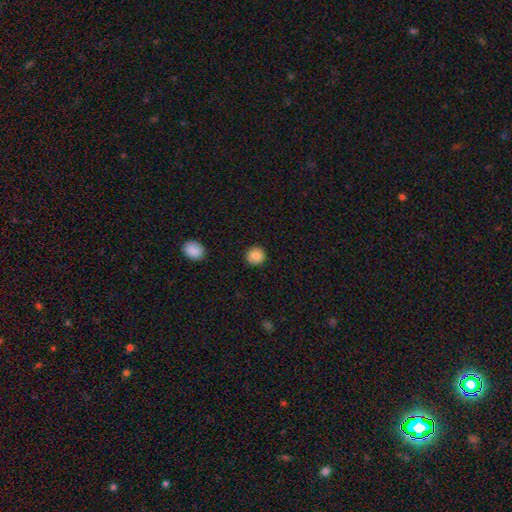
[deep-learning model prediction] A smooth galaxy with no disk features (85%) that is round (90%). Merging: none (90%).